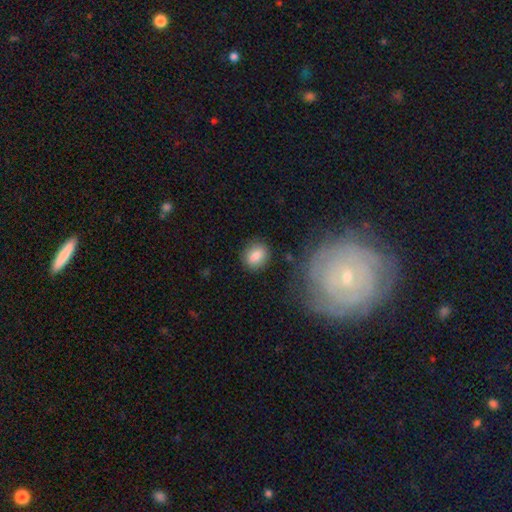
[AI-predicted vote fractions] A smooth galaxy with no disk features (84%) that is in between round and cigar-shaped (51%). Merging: none (83%).